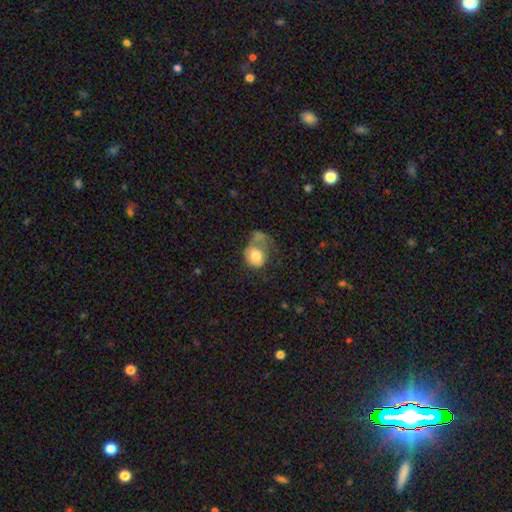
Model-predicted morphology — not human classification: smooth-or-featured: smooth: 72% | featured or disk: 20% | star or artifact: 8%
  how-rounded: round: 60% | in between: 39% | cigar-shaped: 1%
  merging: major disturbance: 42% | none: 23% | minor disturbance: 19% | merger: 16%